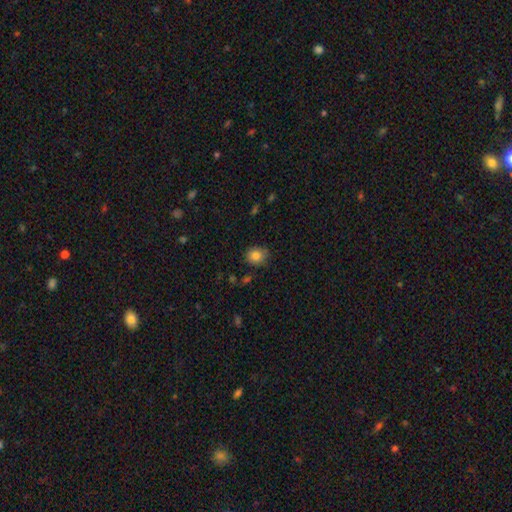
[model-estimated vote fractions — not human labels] A smooth galaxy with no disk features (83%) that is round (69%). Merging: none (80%).